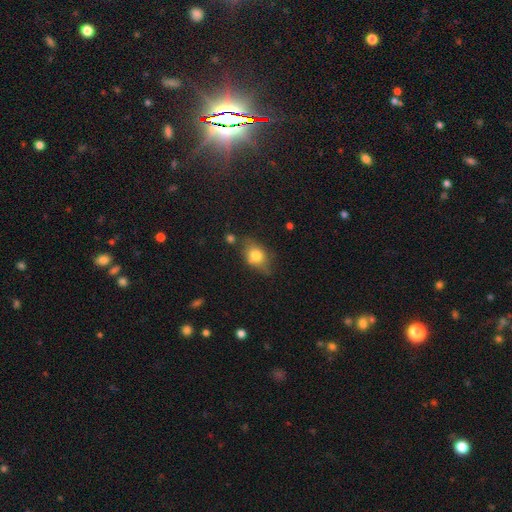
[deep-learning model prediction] A smooth galaxy with no disk features (74%) that is in between round and cigar-shaped (71%).

Vote fractions:
- Smooth or featured? smooth: 74% / featured or disk: 16% / star or artifact: 9%
- How rounded? in between: 71% / round: 26% / cigar-shaped: 3%
- Merging? none: 62% / minor disturbance: 26% / major disturbance: 7% / merger: 5%